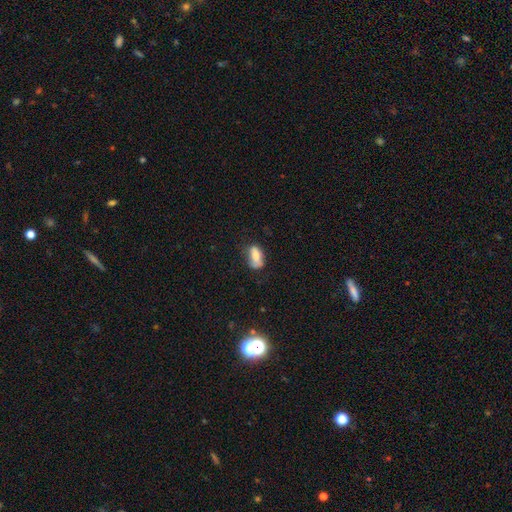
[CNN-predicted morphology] This is likely a smooth galaxy (68%). How rounded: clearly in between (87%). Merging: possibly none (54%).